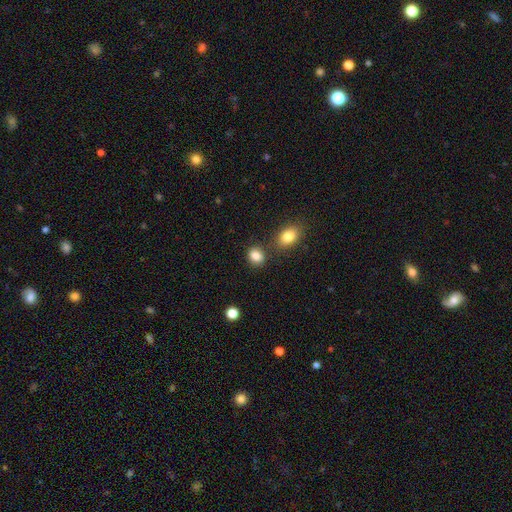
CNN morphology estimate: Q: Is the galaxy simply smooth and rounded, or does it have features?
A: smooth — 86%.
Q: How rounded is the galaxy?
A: round — 49%, tied with in between.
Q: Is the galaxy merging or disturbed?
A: none — 73%.